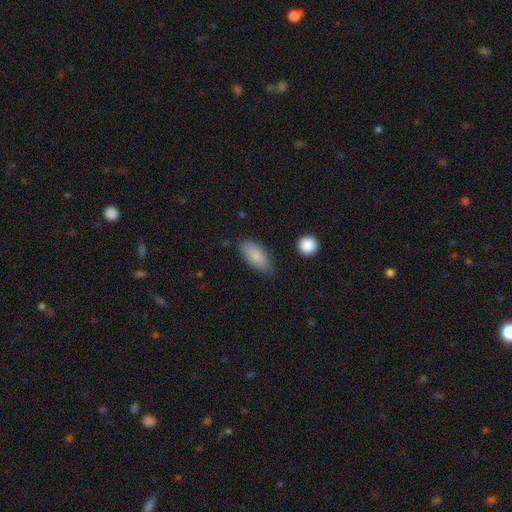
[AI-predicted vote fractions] A smooth galaxy with no disk features (84%) that is in between round and cigar-shaped (87%).

Vote fractions:
- Smooth or featured? smooth: 84% / featured or disk: 10% / star or artifact: 6%
- How rounded? in between: 87% / cigar-shaped: 11% / round: 3%
- Merging? none: 72% / minor disturbance: 21% / major disturbance: 4% / merger: 2%